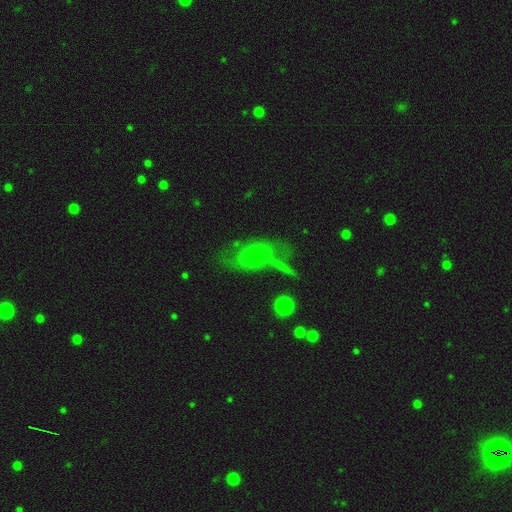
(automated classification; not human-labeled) Q: Smooth or featured?
A: smooth (50%); runner-up: featured or disk (37%)
Q: How rounded?
A: in between (78%); runner-up: round (14%)
Q: Merging?
A: none (39%); runner-up: major disturbance (25%)